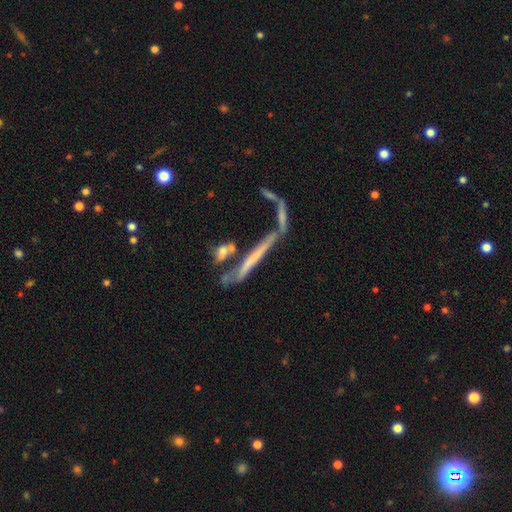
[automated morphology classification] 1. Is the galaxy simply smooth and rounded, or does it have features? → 53% featured or disk, 31% smooth, 16% star or artifact.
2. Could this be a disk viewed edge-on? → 72% yes, 28% no.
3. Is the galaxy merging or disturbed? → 35% merger, 34% none, 18% major disturbance, 13% minor disturbance.